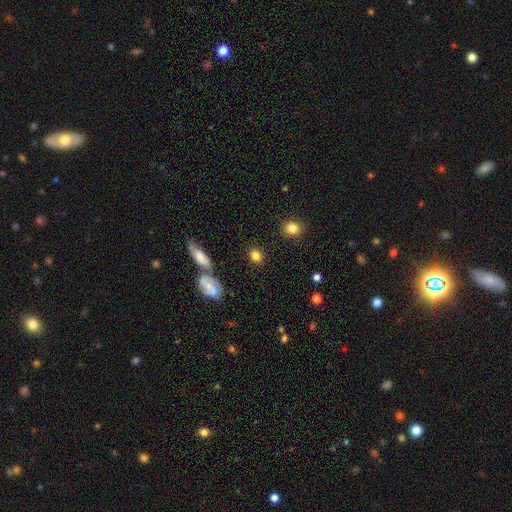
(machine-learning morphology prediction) This appears to be a smooth galaxy with no disk features (82%) that is round (58%). Merging: none (83%).